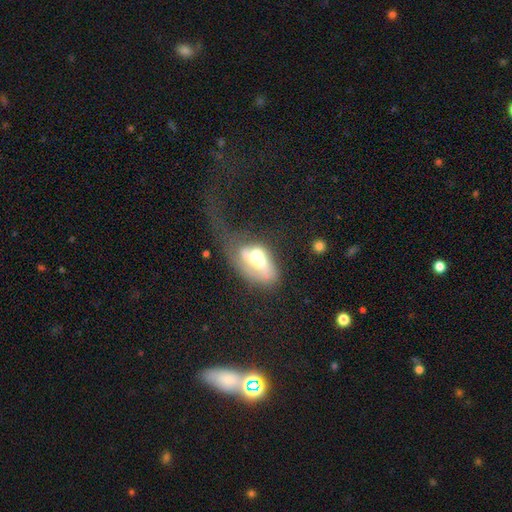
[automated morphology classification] Q: Smooth or featured?
A: featured or disk (54%); runner-up: smooth (38%)
Q: Edge-on disk?
A: no (93%); runner-up: yes (7%)
Q: Bar?
A: no (62%); runner-up: weak (27%)
Q: Spiral arms?
A: yes (52%); runner-up: no (48%)
Q: Bulge size?
A: moderate (50%); runner-up: large (28%)
Q: Merging?
A: major disturbance (51%); runner-up: merger (18%)